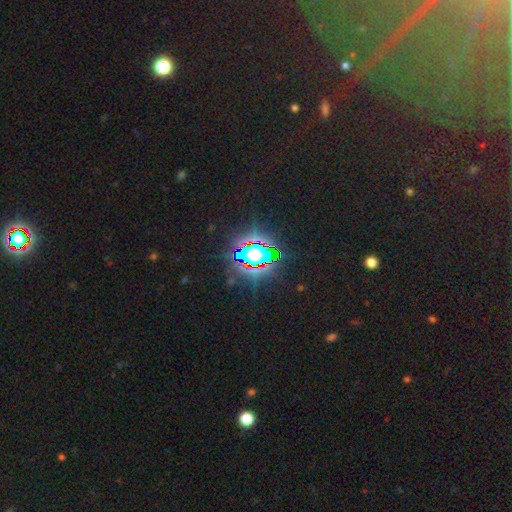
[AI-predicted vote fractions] This appears to be a star or artifact, not a galaxy (82%).